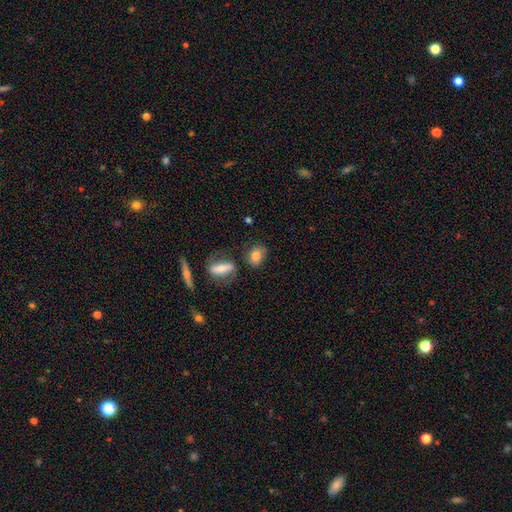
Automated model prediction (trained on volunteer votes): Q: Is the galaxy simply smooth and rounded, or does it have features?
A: smooth — 77%.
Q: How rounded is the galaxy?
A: in between — 61%.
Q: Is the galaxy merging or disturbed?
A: none — 70%.